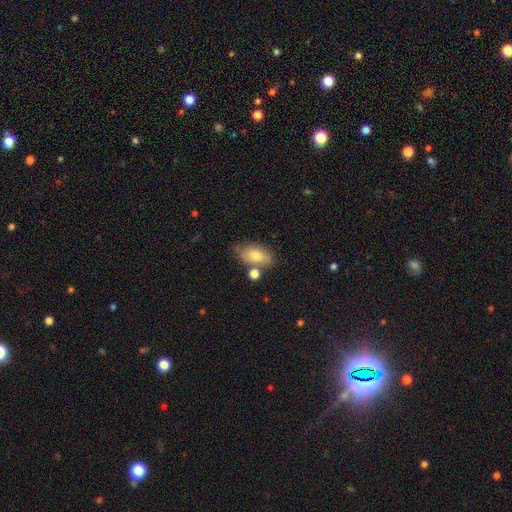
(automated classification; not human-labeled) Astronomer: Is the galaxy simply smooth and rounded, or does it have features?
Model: smooth — 73%.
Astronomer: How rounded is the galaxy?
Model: in between — 88%.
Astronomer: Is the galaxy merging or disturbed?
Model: none — 63%.